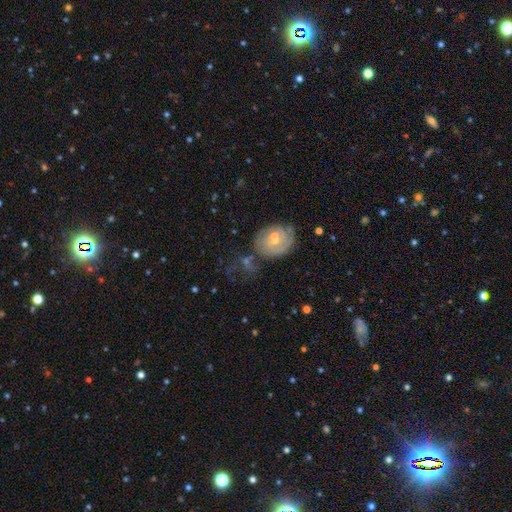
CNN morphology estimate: The model was most divided on "smooth or featured": featured or disk: 40%, smooth: 31%, star or artifact: 29%. More confident: merging — none (62%).